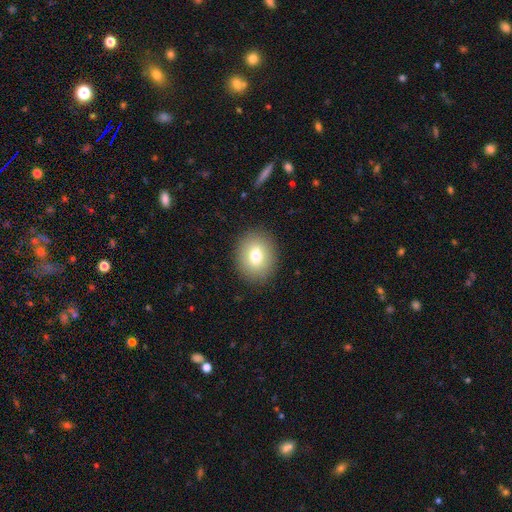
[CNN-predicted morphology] Q: Smooth or featured?
A: smooth (75%); runner-up: featured or disk (15%)
Q: How rounded?
A: round (55%); runner-up: in between (44%)
Q: Merging?
A: none (88%); runner-up: minor disturbance (8%)